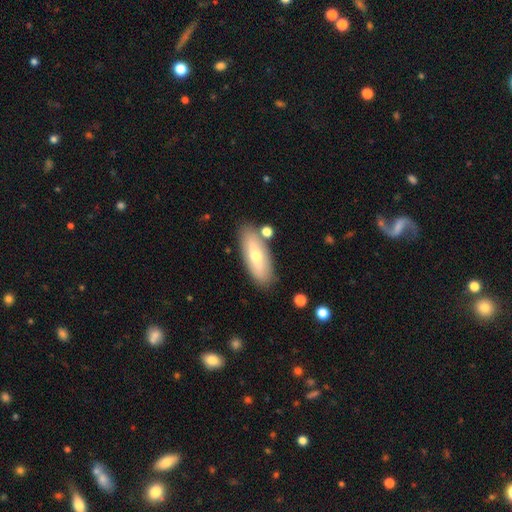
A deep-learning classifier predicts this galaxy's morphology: Overall: smooth (54%; featured or disk 40%). How rounded: in between (60%; cigar-shaped 37%). Merging: none (82%).